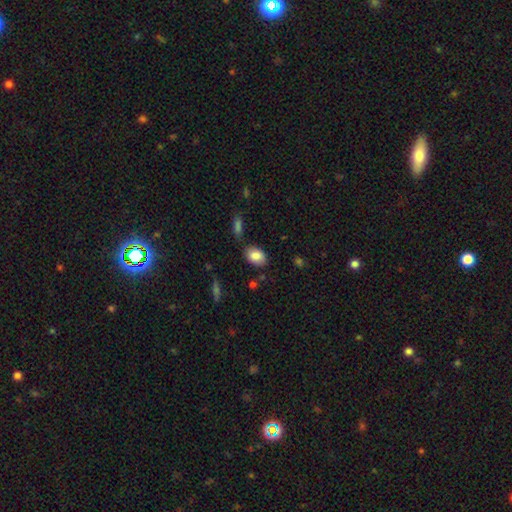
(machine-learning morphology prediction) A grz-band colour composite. It shows a smooth galaxy with no disk features (85%) that is in between round and cigar-shaped (86%). Merging: none (77%).